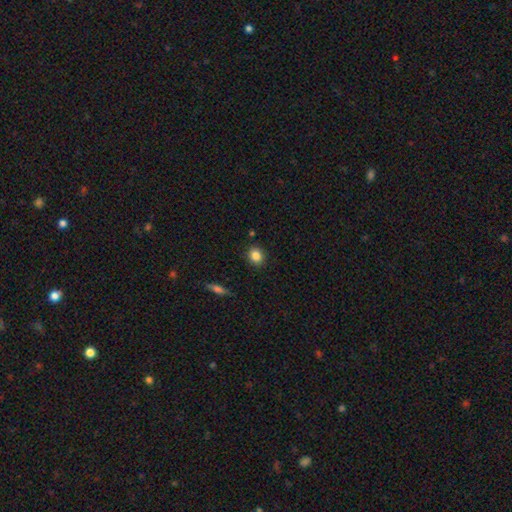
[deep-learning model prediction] Q: Smooth or featured?
A: smooth (85%); runner-up: star or artifact (10%)
Q: How rounded?
A: round (67%); runner-up: in between (31%)
Q: Merging?
A: none (89%); runner-up: minor disturbance (7%)